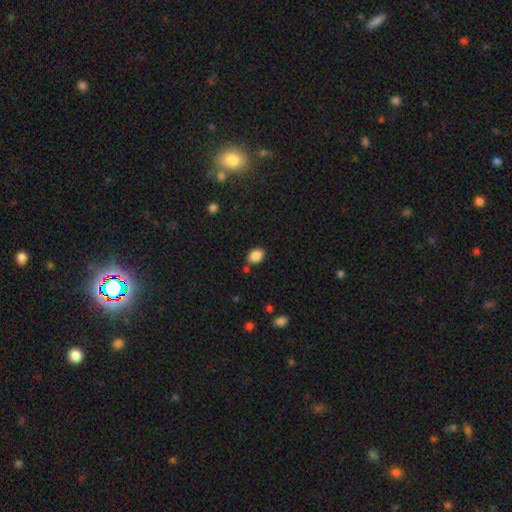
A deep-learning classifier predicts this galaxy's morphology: Overall: smooth (87%). How rounded: in between (78%). Merging: none (78%).